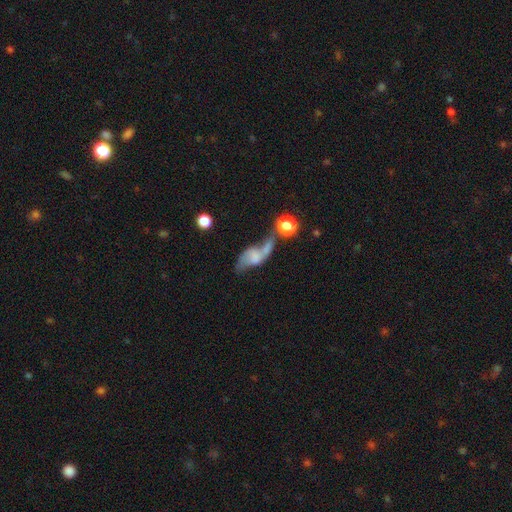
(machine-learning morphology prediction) smooth_or_featured: featured or disk (p=0.53) [alt: smooth p=0.36]
disk_edge_on: no (p=0.90) [alt: yes p=0.10]
merging: merger (p=0.39) [alt: major disturbance p=0.24]